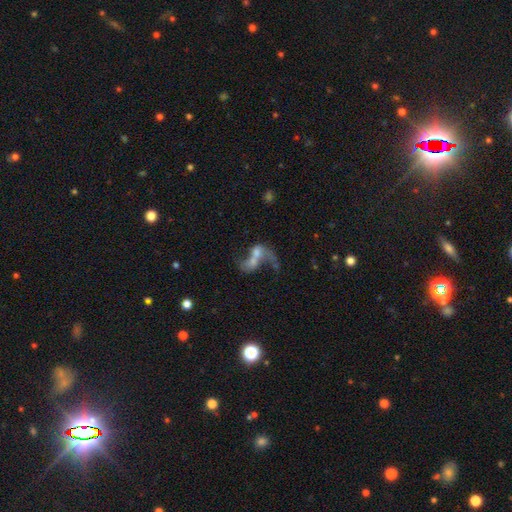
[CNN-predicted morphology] Smooth or featured? featured or disk (64%)
Edge-on disk? no (97%)
Bar? no (61%)
Spiral arms? yes (66%)
Bulge size? moderate (31%)
Merging? merger (59%)